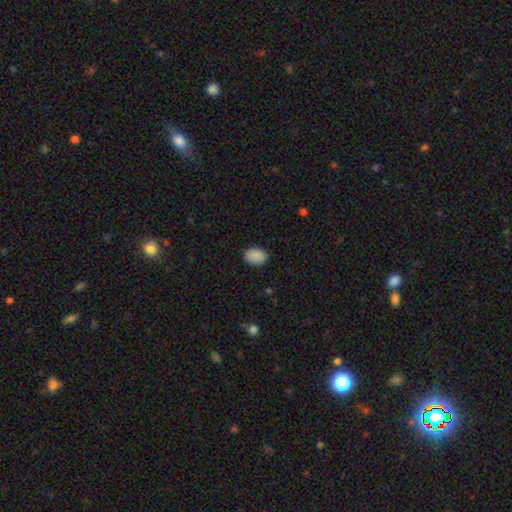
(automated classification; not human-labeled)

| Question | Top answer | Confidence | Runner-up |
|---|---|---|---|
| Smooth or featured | smooth | 89% | star or artifact (8%) |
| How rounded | in between | 79% | round (20%) |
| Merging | none | 87% | minor disturbance (10%) |